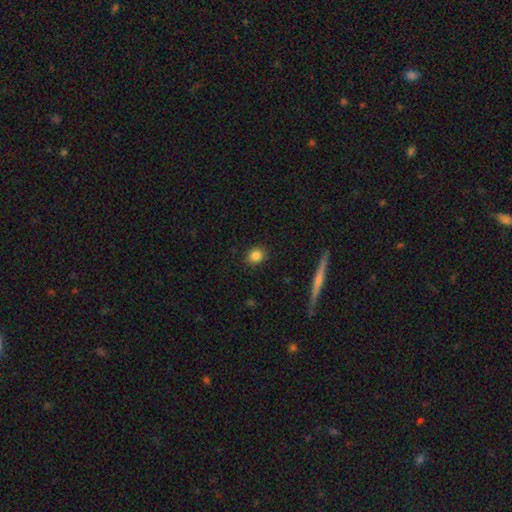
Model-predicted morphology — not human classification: The model was most divided on "how rounded": round: 81%, in between: 17%, cigar-shaped: 2%. More confident: merging — none (89%); smooth or featured — smooth (84%).